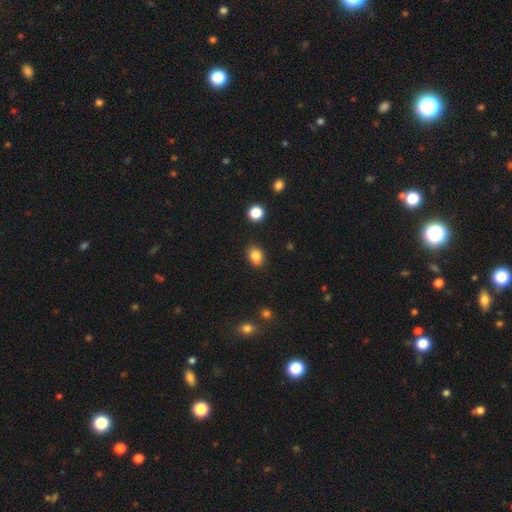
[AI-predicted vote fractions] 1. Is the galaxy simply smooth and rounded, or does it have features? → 84% smooth, 10% star or artifact, 6% featured or disk.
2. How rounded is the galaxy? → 59% in between, 40% round, 1% cigar-shaped.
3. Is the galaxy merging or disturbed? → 84% none, 11% minor disturbance, 2% major disturbance, 2% merger.